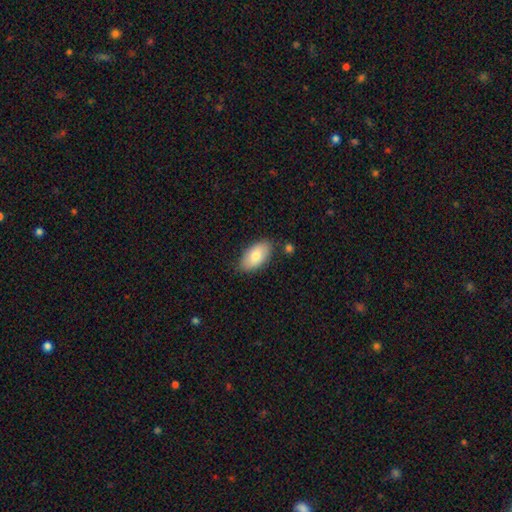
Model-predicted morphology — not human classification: Smooth or featured: smooth — 79% (featured or disk — 15%)
How rounded: in between — 94% (round — 3%)
Merging: none — 81% (minor disturbance — 13%)